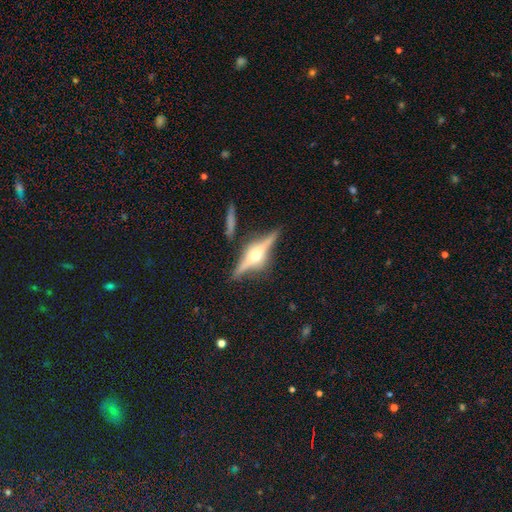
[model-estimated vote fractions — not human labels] Smooth or featured: featured or disk — 81% (smooth — 12%)
Edge-on disk: yes — 97% (no — 3%)
Edge-on bulge: rounded — 93% (boxy — 5%)
Merging: none — 83% (minor disturbance — 11%)